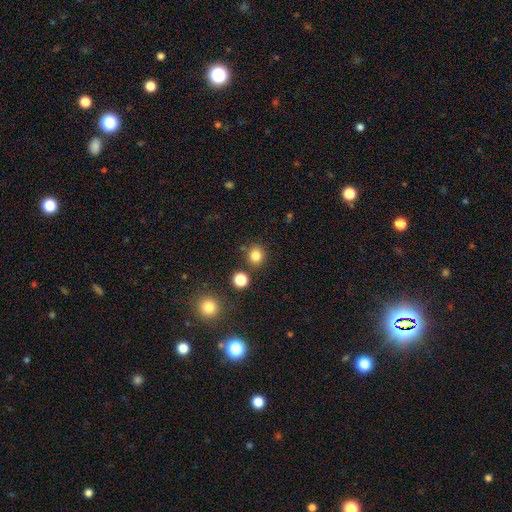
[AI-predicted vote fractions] smooth-or-featured: smooth: 82% | star or artifact: 13% | featured or disk: 5%
  how-rounded: round: 86% | in between: 13% | cigar-shaped: 1%
  merging: none: 83% | minor disturbance: 8% | merger: 6% | major disturbance: 3%